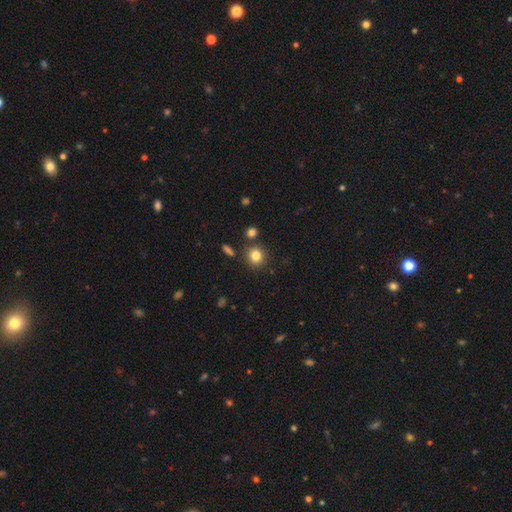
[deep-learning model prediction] This appears to be a smooth galaxy with no disk features (82%) that is round (83%). Merging: none (82%).